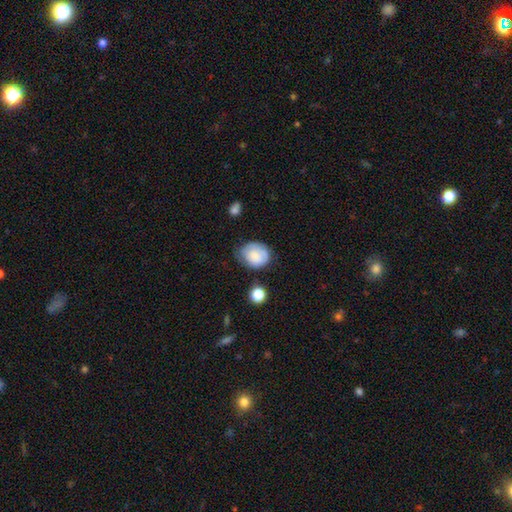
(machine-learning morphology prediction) Smooth or featured?
  - smooth: 73% *
  - featured or disk: 19%
  - star or artifact: 8%
How rounded?
  - round: 56% *
  - in between: 43%
  - cigar-shaped: 1%
Merging?
  - none: 53% *
  - minor disturbance: 33%
  - major disturbance: 10%
  - merger: 4%